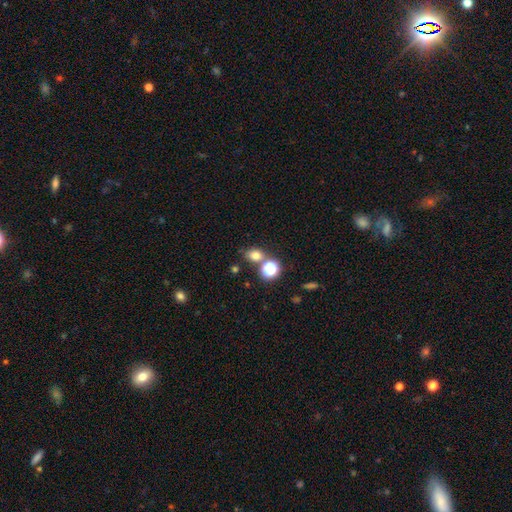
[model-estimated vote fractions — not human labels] This appears to be a smooth galaxy with no disk features (73%) that is round (58%). Merging: none (66%).